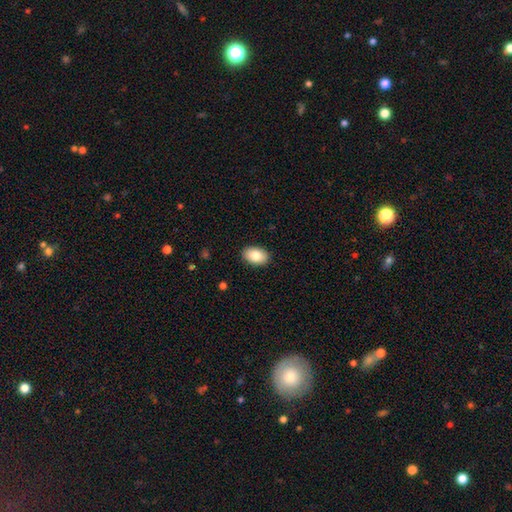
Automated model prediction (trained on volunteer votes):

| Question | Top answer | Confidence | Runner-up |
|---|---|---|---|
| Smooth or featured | smooth | 84% | featured or disk (9%) |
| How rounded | in between | 88% | round (11%) |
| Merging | none | 90% | minor disturbance (7%) |